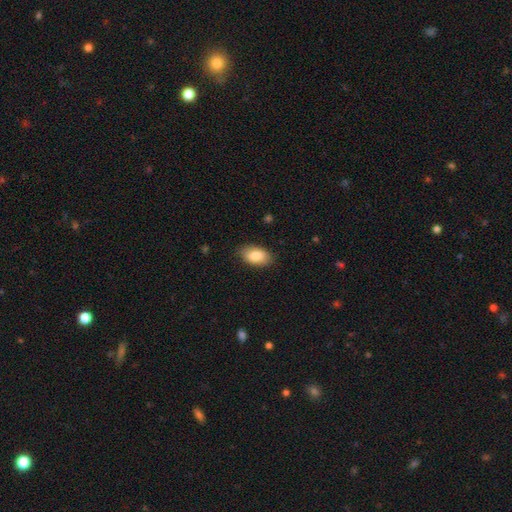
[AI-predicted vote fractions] smooth_or_featured: smooth (p=0.85) [alt: featured or disk p=0.09]
how_rounded: in between (p=0.94) [alt: round p=0.05]
merging: none (p=0.84) [alt: minor disturbance p=0.12]